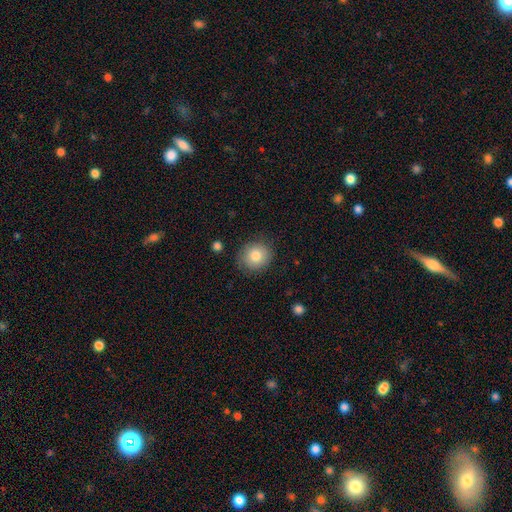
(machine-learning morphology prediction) A smooth galaxy with no disk features (81%) that is round (84%). Merging: none (85%).